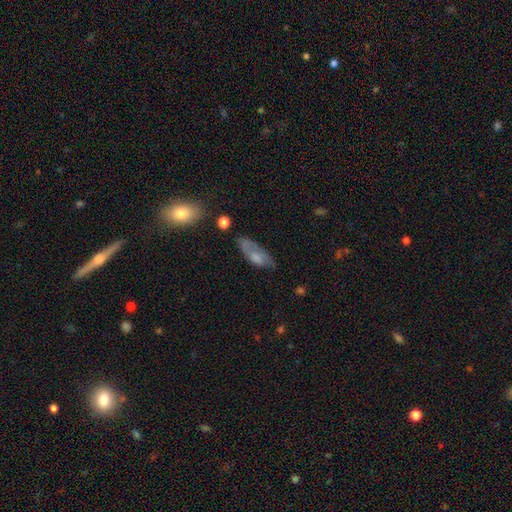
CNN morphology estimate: smooth-or-featured: smooth: 63% | featured or disk: 29% | star or artifact: 8%
  how-rounded: in between: 74% | cigar-shaped: 23% | round: 3%
  merging: none: 48% | minor disturbance: 30% | major disturbance: 17% | merger: 5%